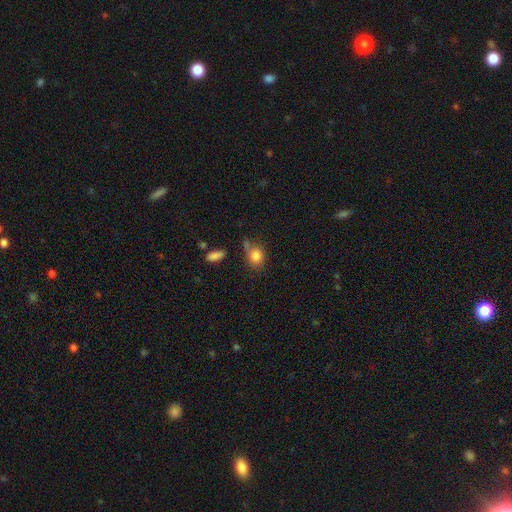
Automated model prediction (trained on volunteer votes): smooth-or-featured: smooth: 83% | star or artifact: 10% | featured or disk: 8%
  how-rounded: round: 61% | in between: 38% | cigar-shaped: 2%
  merging: none: 56% | minor disturbance: 23% | merger: 12% | major disturbance: 9%